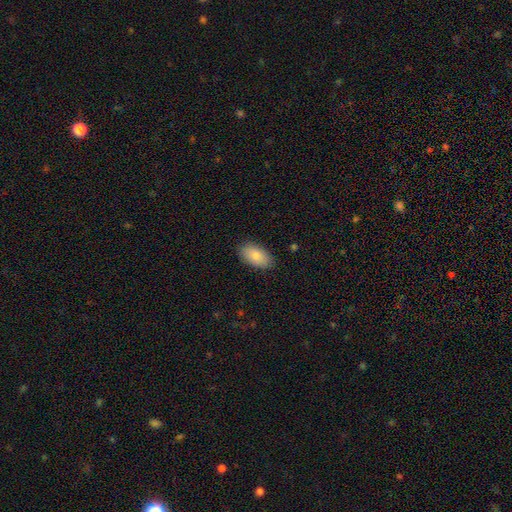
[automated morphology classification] smooth-or-featured: smooth: 86% | featured or disk: 8% | star or artifact: 6%
  how-rounded: in between: 95% | round: 3% | cigar-shaped: 2%
  merging: none: 87% | minor disturbance: 10% | major disturbance: 2% | merger: 1%